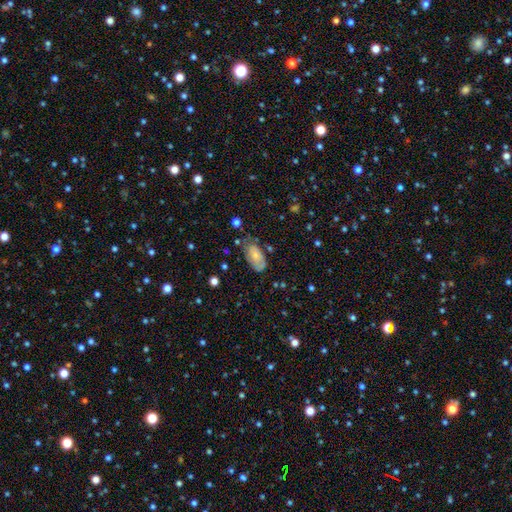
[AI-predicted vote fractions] Morphology: type=smooth (65%); roundness=in between (93%); merging=none (56%).